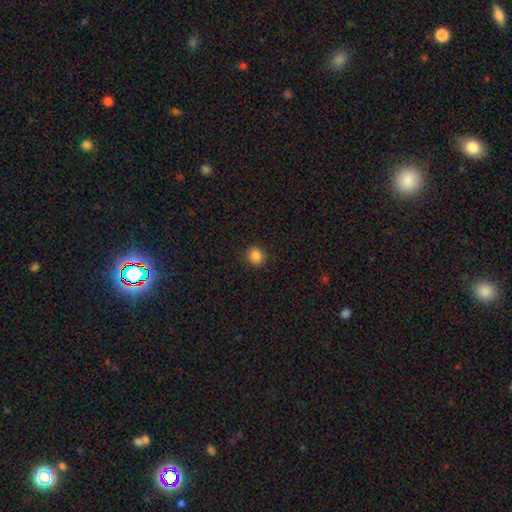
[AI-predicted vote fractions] This is clearly a smooth galaxy (86%). How rounded: likely round (75%). Merging: clearly none (89%).